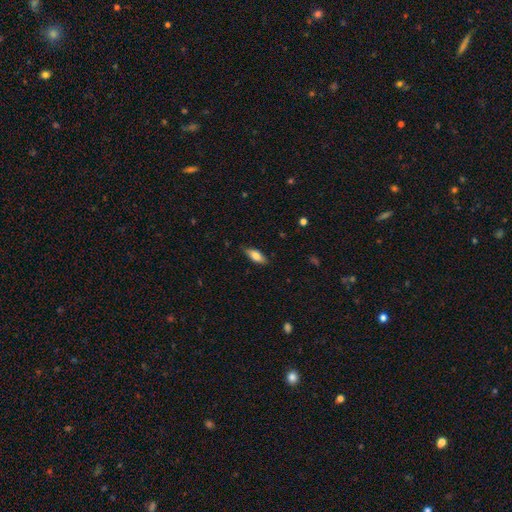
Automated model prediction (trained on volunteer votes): Overall: smooth (73%). How rounded: in between (73%). Merging: none (80%).